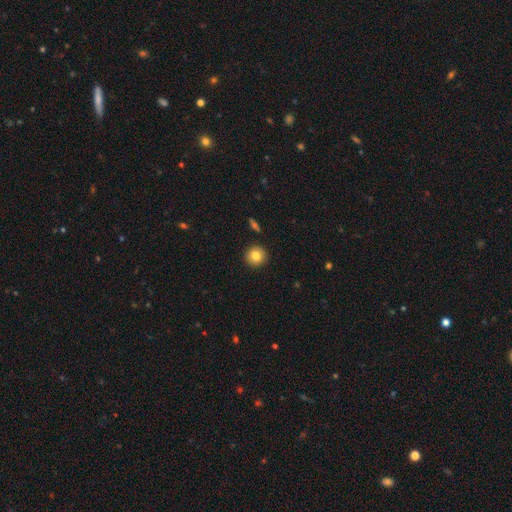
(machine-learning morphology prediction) Overall: smooth (82%). How rounded: round (94%). Merging: none (92%).